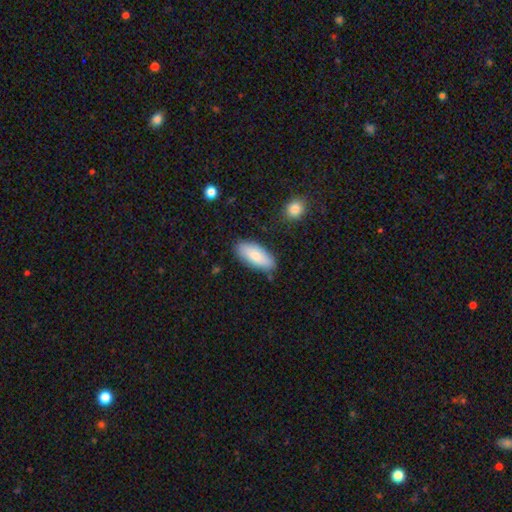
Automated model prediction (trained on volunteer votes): Overall: smooth (81%). How rounded: in between (85%). Merging: none (81%).